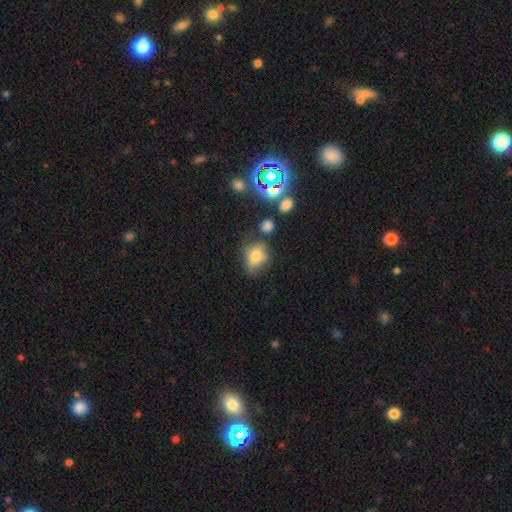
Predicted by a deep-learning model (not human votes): Smooth or featured?
  - smooth: 71% *
  - star or artifact: 15%
  - featured or disk: 15%
How rounded?
  - in between: 56% *
  - round: 42%
  - cigar-shaped: 2%
Merging?
  - none: 55% *
  - minor disturbance: 26%
  - major disturbance: 11%
  - merger: 7%